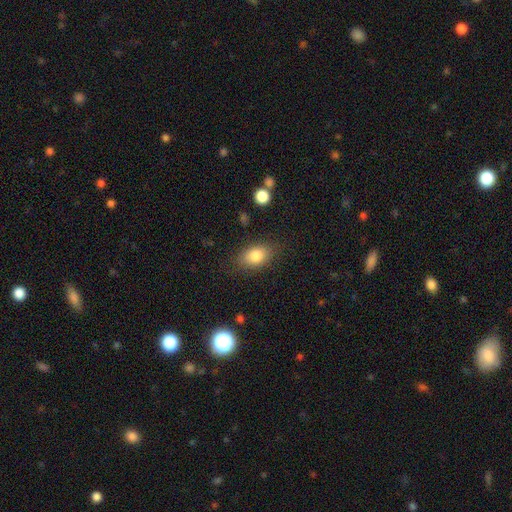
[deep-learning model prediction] Smooth or featured?
  - smooth: 83% *
  - featured or disk: 9%
  - star or artifact: 8%
How rounded?
  - in between: 84% *
  - round: 14%
  - cigar-shaped: 2%
Merging?
  - none: 80% *
  - minor disturbance: 14%
  - major disturbance: 4%
  - merger: 2%